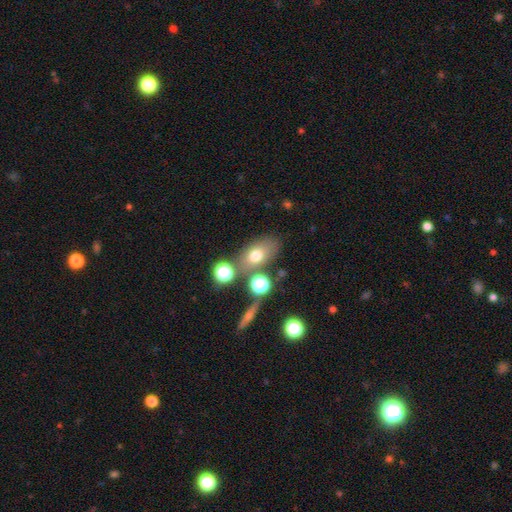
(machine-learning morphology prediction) A smooth galaxy with no disk features (69%) that is in between round and cigar-shaped (79%). Merging: none (64%).